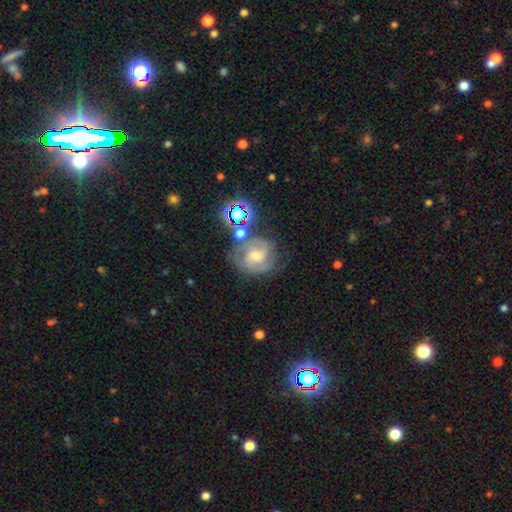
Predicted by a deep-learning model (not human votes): smooth-or-featured: featured or disk: 72% | star or artifact: 15% | smooth: 13%
  disk-edge-on: no: 97% | yes: 3%
    bar: weak: 54% | no: 28% | strong: 18%
    has-spiral-arms: yes: 94% | no: 6%
      spiral-winding: tight: 47% | medium: 44% | loose: 9%
      spiral-arm-count: 2: 61% | can't tell: 18% | 3: 13% | 1: 4% | 4: 3% | more than 4: 3%
    bulge-size: moderate: 49% | small: 38% | none: 7% | large: 5% | dominant: 1%
  merging: none: 66% | minor disturbance: 17% | major disturbance: 9% | merger: 8%